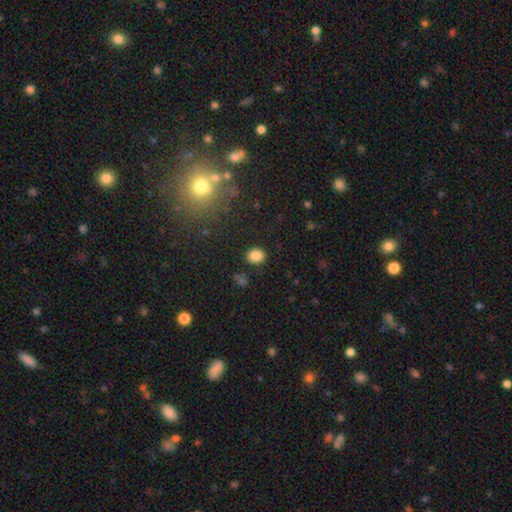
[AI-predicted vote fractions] Smooth or featured? smooth (85%)
How rounded? round (52%)
Merging? none (86%)